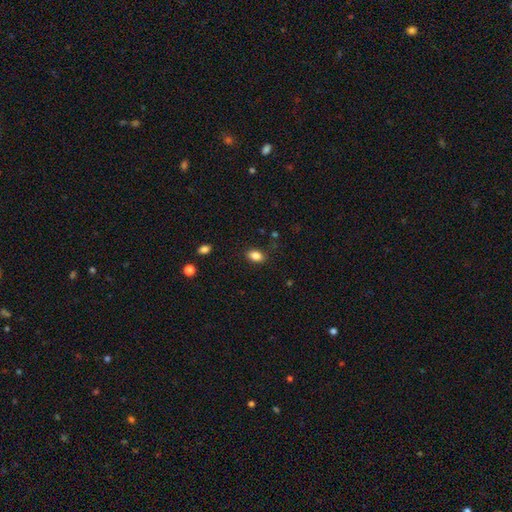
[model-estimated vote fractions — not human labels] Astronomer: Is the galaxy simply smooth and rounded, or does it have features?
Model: smooth — 85%.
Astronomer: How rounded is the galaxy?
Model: in between — 85%.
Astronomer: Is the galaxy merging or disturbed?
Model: none — 85%.